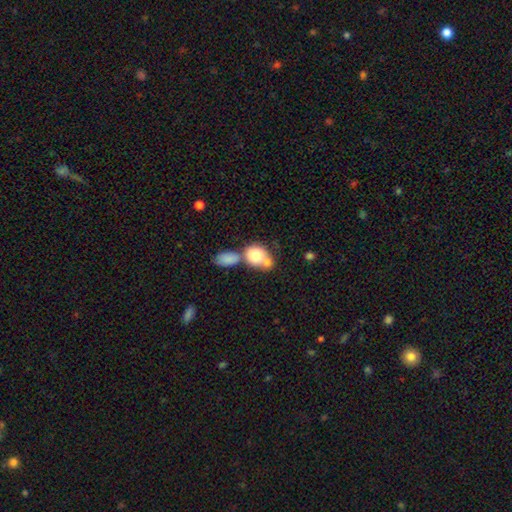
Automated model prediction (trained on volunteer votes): smooth 74%, featured or disk 18%, star or artifact 7%. Down the decision tree: how rounded — in between (58%); merging — merger (58%).